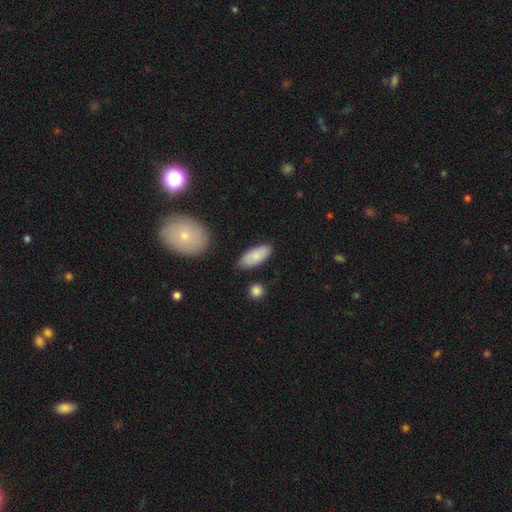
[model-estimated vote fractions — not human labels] Overall: smooth (79%). How rounded: in between (86%). Merging: none (79%).